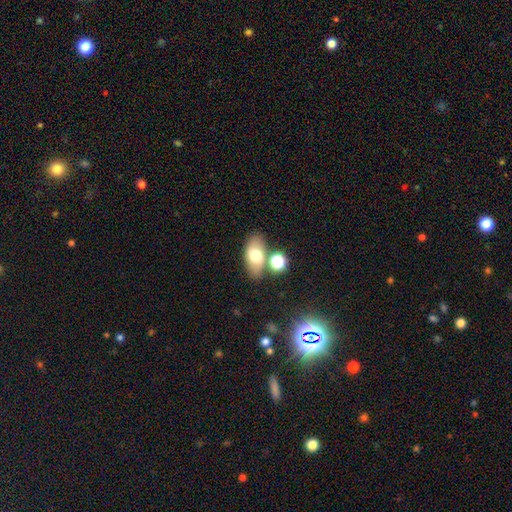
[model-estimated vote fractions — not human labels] This is likely a smooth galaxy (67%). How rounded: clearly in between (87%). Merging: likely none (67%).